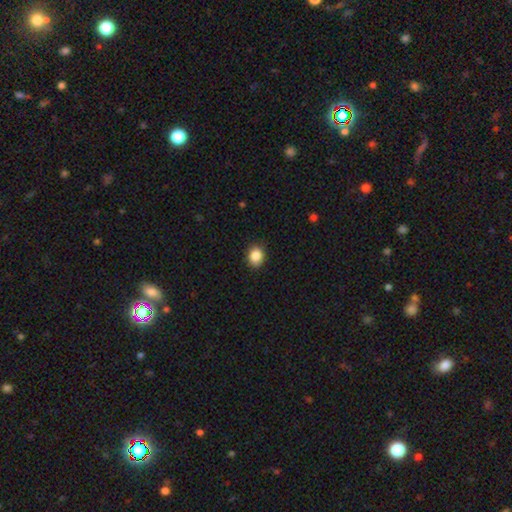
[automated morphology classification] A smooth galaxy with no disk features (87%) that is round (59%).

Vote fractions:
- Smooth or featured? smooth: 87% / star or artifact: 10% / featured or disk: 4%
- How rounded? round: 59% / in between: 40% / cigar-shaped: 1%
- Merging? none: 87% / minor disturbance: 9% / major disturbance: 2% / merger: 1%